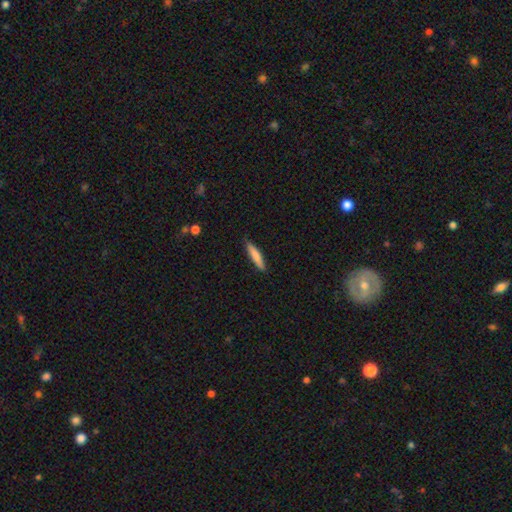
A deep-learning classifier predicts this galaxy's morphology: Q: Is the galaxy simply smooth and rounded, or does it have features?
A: smooth — 78%.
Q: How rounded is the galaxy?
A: cigar-shaped — 86%.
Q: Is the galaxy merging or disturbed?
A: none — 86%.